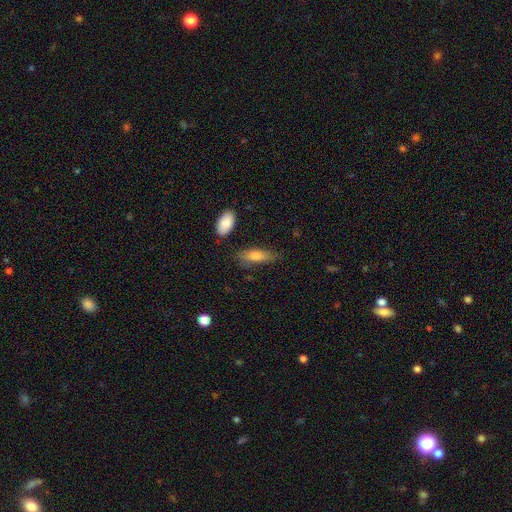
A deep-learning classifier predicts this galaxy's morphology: smooth_or_featured: smooth (p=0.76) [alt: featured or disk p=0.17]
how_rounded: in between (p=0.62) [alt: cigar-shaped p=0.36]
merging: none (p=0.67) [alt: minor disturbance p=0.23]